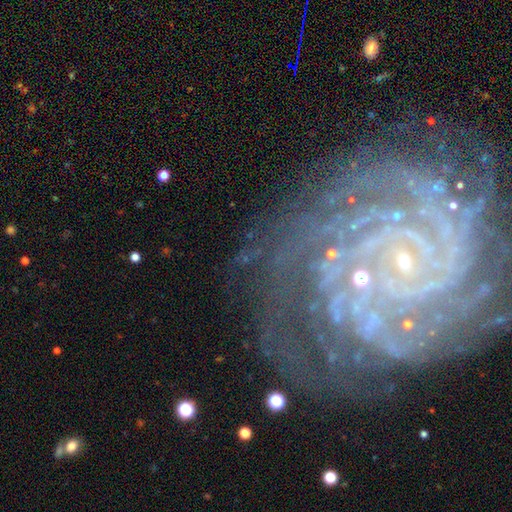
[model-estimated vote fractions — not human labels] featured or disk 88%, star or artifact 8%, smooth 4%. Down the decision tree: edge-on disk — no (98%); bar — no (63%); spiral arms — yes (98%); spiral arm count — more than 4 (22%); spiral winding — tight (84%); bulge size — small (87%); merging — none (72%).